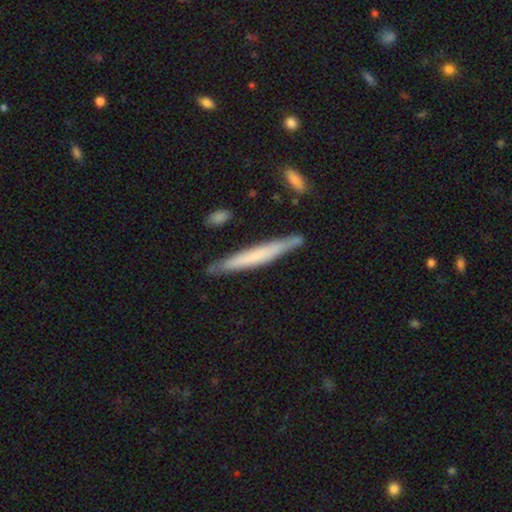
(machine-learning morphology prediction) A smooth galaxy with no disk features (55%) that is cigar-shaped (96%). Merging: none (80%).